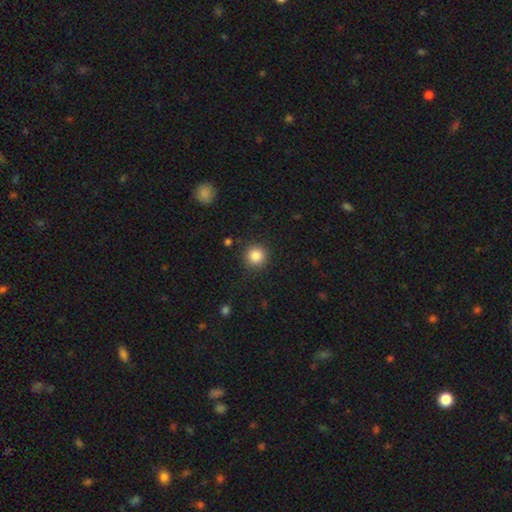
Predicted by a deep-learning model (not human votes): smooth 85%, star or artifact 10%, featured or disk 5%. Down the decision tree: how rounded — round (94%); merging — none (90%).